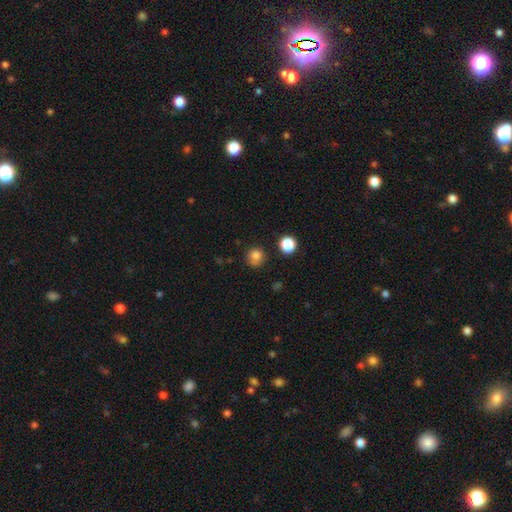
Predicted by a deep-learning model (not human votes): The model was most divided on "merging": none: 72%, minor disturbance: 17%, major disturbance: 6%, merger: 5%. More confident: how rounded — round (88%); smooth or featured — smooth (80%).